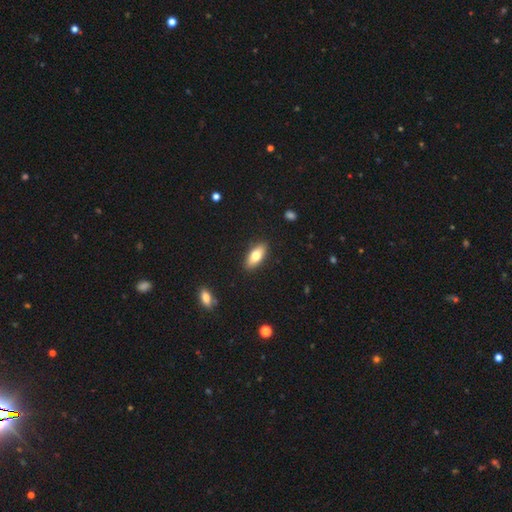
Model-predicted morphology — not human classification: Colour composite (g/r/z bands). It shows a smooth galaxy with no disk features (75%) that is in between round and cigar-shaped (83%). Merging: none (89%).